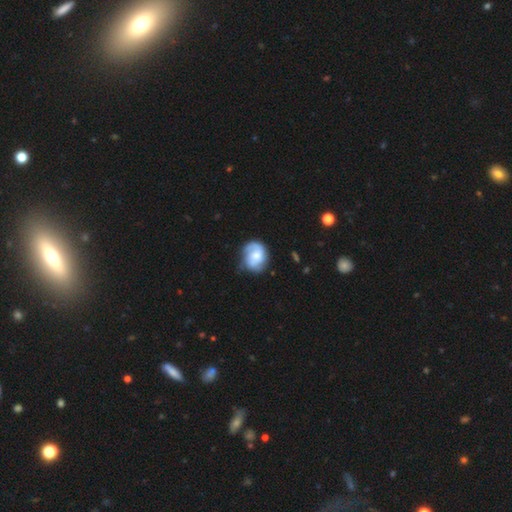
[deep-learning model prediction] smooth-or-featured: featured or disk: 62% | smooth: 32% | star or artifact: 6%
  disk-edge-on: no: 98% | yes: 2%
    bar: no: 59% | weak: 34% | strong: 6%
    has-spiral-arms: yes: 89% | no: 11%
      spiral-winding: tight: 40% | medium: 39% | loose: 21%
      spiral-arm-count: 2: 53% | 1: 21% | can't tell: 17% | 3: 6% | 4: 2% | more than 4: 2%
    bulge-size: moderate: 45% | small: 35% | large: 11% | none: 7% | dominant: 2%
  merging: none: 59% | minor disturbance: 27% | major disturbance: 12% | merger: 2%